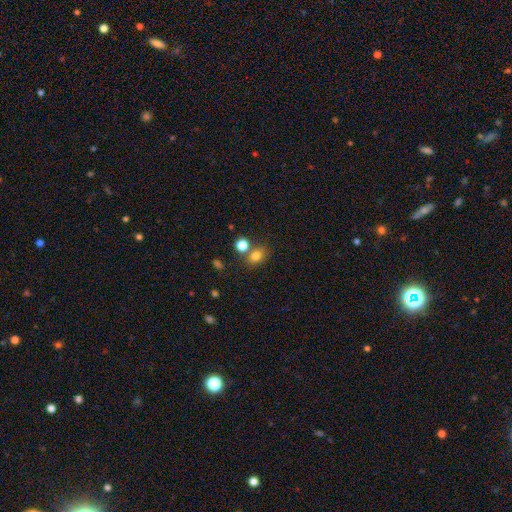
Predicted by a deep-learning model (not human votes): Morphology: type=smooth (78%); roundness=in between (54%); merging=none (62%).